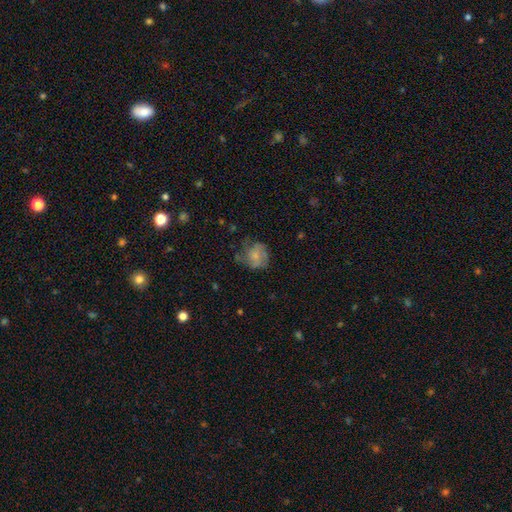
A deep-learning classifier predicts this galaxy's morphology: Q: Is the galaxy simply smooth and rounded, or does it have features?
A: featured or disk — 47%.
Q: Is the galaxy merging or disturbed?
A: none — 54%.